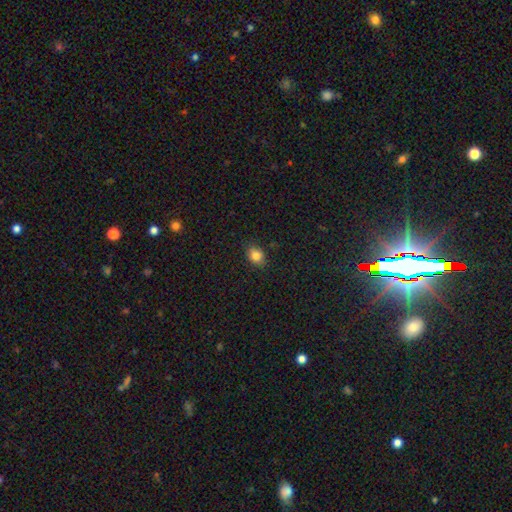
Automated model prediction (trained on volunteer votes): A smooth galaxy with no disk features (82%) that is in between round and cigar-shaped (57%).

Vote fractions:
- Smooth or featured? smooth: 82% / star or artifact: 11% / featured or disk: 7%
- How rounded? in between: 57% / round: 41% / cigar-shaped: 1%
- Merging? none: 82% / minor disturbance: 14% / major disturbance: 3% / merger: 1%